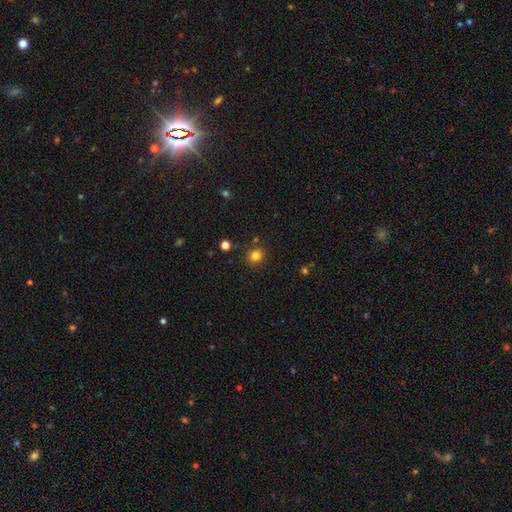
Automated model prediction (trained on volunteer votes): smooth-or-featured: smooth: 81% | star or artifact: 14% | featured or disk: 5%
  how-rounded: round: 88% | in between: 11% | cigar-shaped: 1%
  merging: none: 86% | minor disturbance: 8% | merger: 4% | major disturbance: 2%